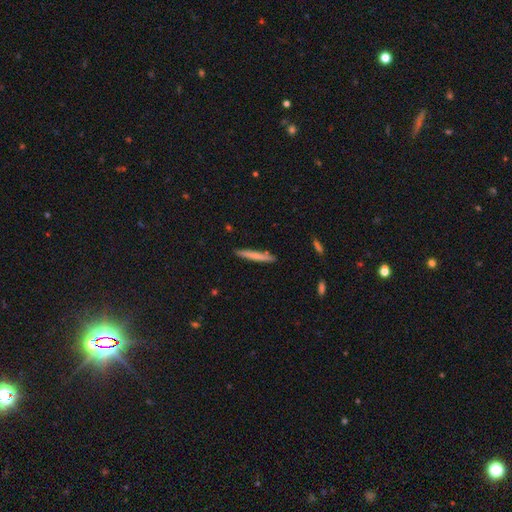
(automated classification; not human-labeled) A smooth galaxy with no disk features (68%) that is cigar-shaped (96%).

Vote fractions:
- Smooth or featured? smooth: 68% / featured or disk: 26% / star or artifact: 6%
- How rounded? cigar-shaped: 96% / in between: 3% / round: 1%
- Merging? none: 88% / minor disturbance: 9% / merger: 2% / major disturbance: 2%